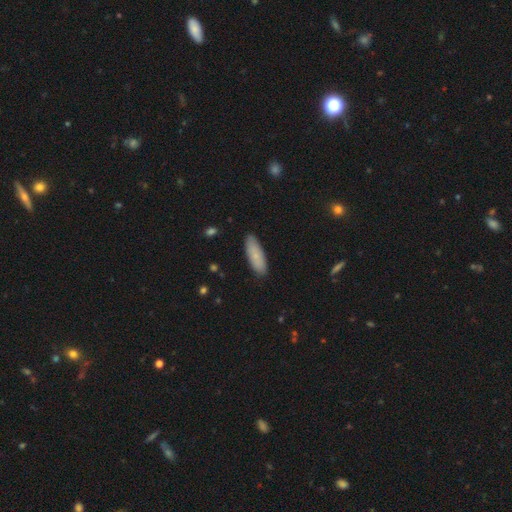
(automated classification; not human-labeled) Smooth or featured? smooth (76%)
How rounded? in between (61%)
Merging? none (86%)